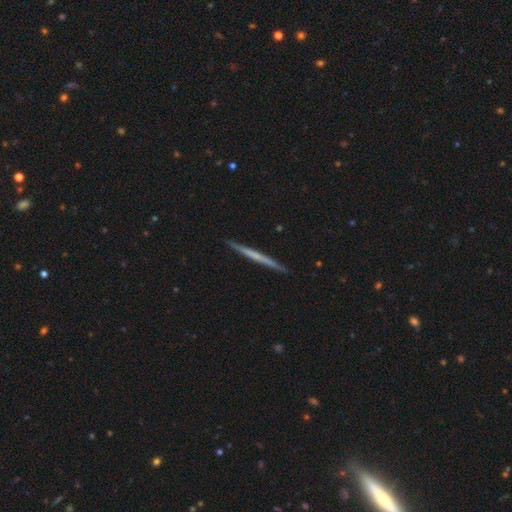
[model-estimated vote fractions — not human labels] This appears to be a featured or disk galaxy (54%) viewed edge-on (98%) with no central bulge (87%). Merging: none (92%).